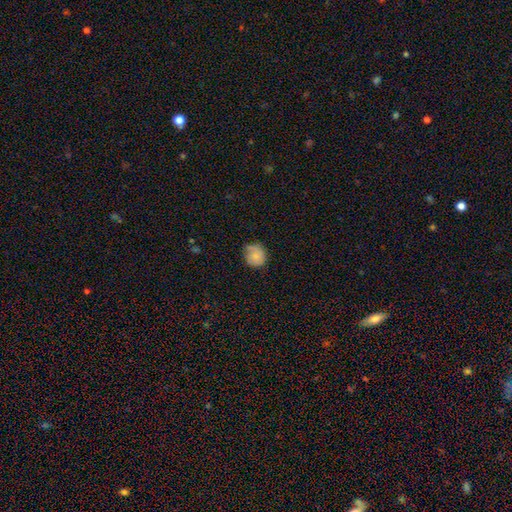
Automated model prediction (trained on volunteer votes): This appears to be a smooth galaxy with no disk features (70%) that is round (82%). Merging: none (61%).